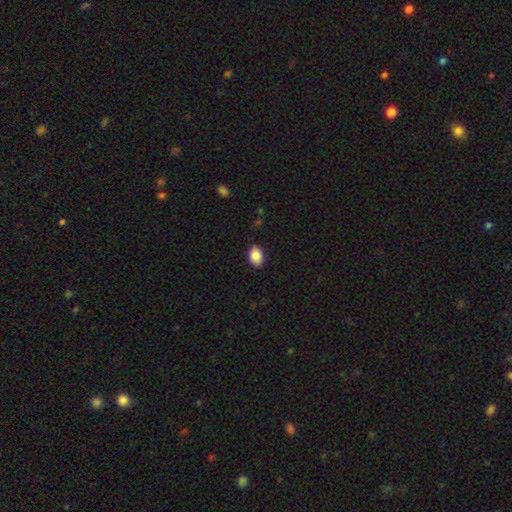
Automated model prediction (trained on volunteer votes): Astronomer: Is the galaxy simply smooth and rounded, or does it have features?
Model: smooth — 88%.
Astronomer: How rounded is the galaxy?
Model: in between — 86%.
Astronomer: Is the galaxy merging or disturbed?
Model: none — 87%.